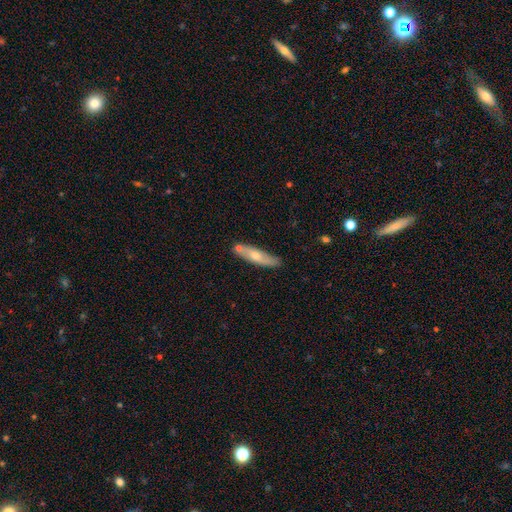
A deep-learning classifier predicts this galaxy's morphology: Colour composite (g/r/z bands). It shows a smooth galaxy with no disk features (59%) that is cigar-shaped (68%). Merging: none (70%).